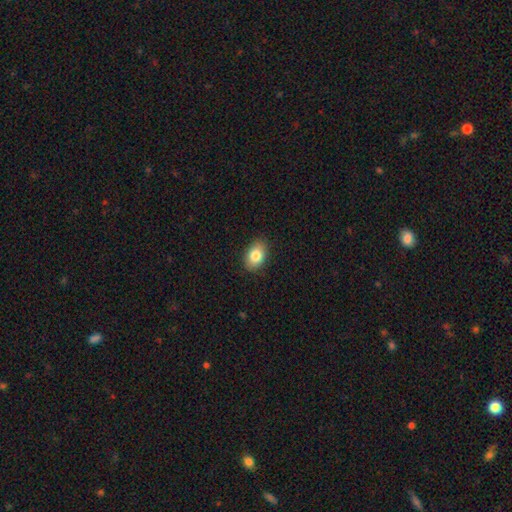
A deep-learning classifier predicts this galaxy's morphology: smooth_or_featured: smooth (p=0.83) [alt: featured or disk p=0.09]
how_rounded: in between (p=0.82) [alt: round p=0.16]
merging: none (p=0.87) [alt: minor disturbance p=0.10]